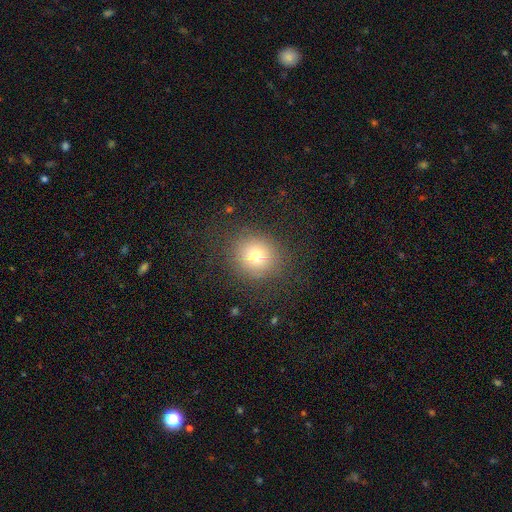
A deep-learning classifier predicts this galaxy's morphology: A smooth galaxy with no disk features (73%) that is round (86%).

Vote fractions:
- Smooth or featured? smooth: 73% / star or artifact: 15% / featured or disk: 12%
- How rounded? round: 86% / in between: 13% / cigar-shaped: 1%
- Merging? none: 83% / minor disturbance: 10% / major disturbance: 6% / merger: 1%